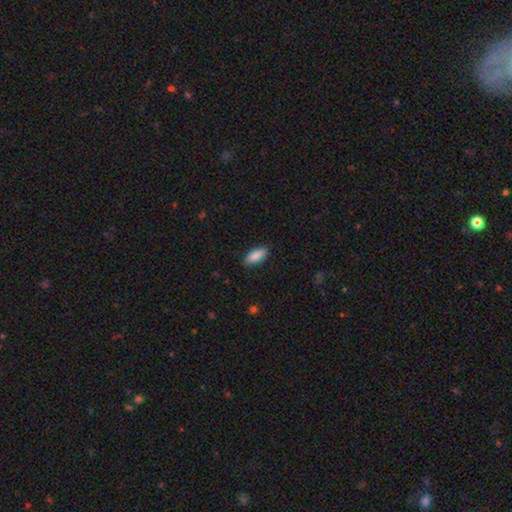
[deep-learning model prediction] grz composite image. It shows a smooth galaxy with no disk features (88%) that is in between round and cigar-shaped (79%). Merging: none (87%).